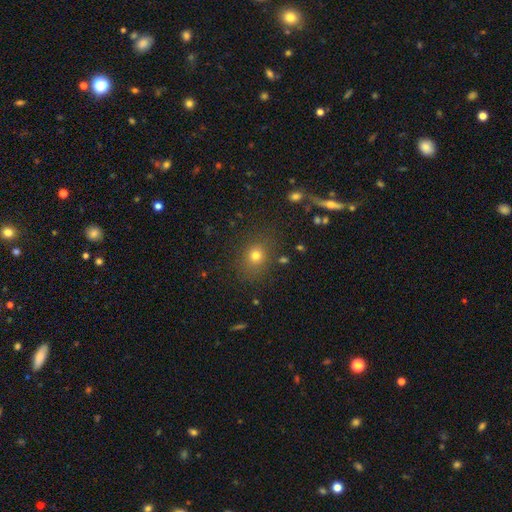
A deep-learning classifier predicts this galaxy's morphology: Overall: smooth (75%). How rounded: round (69%; in between 30%). Merging: none (82%).